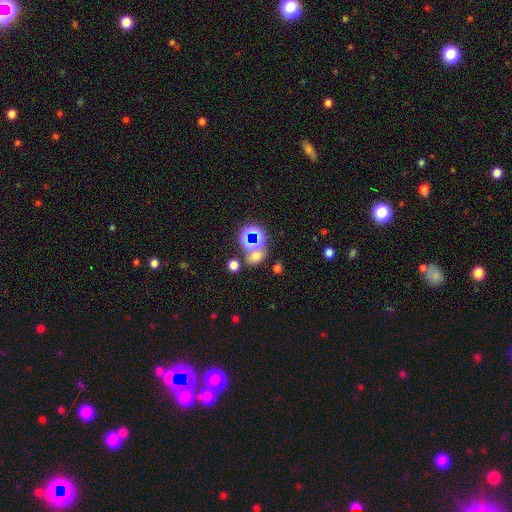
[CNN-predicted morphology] Smooth or featured?
  - smooth: 54% *
  - star or artifact: 35%
  - featured or disk: 12%
How rounded?
  - in between: 54% *
  - round: 44%
  - cigar-shaped: 2%
Merging?
  - none: 57% *
  - merger: 27%
  - minor disturbance: 10%
  - major disturbance: 6%